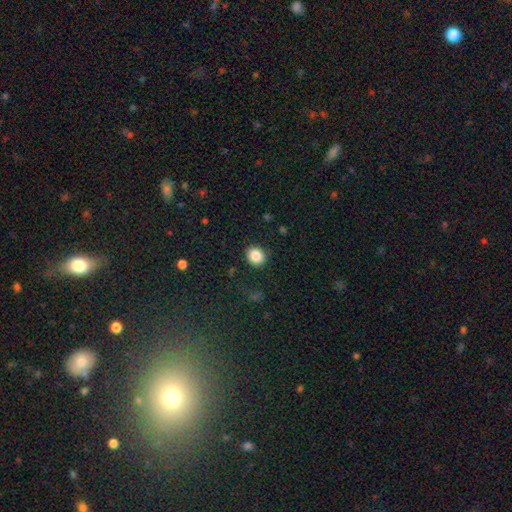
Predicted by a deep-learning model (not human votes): Q: Smooth or featured?
A: smooth (87%); runner-up: star or artifact (9%)
Q: How rounded?
A: round (71%); runner-up: in between (28%)
Q: Merging?
A: none (89%); runner-up: minor disturbance (8%)